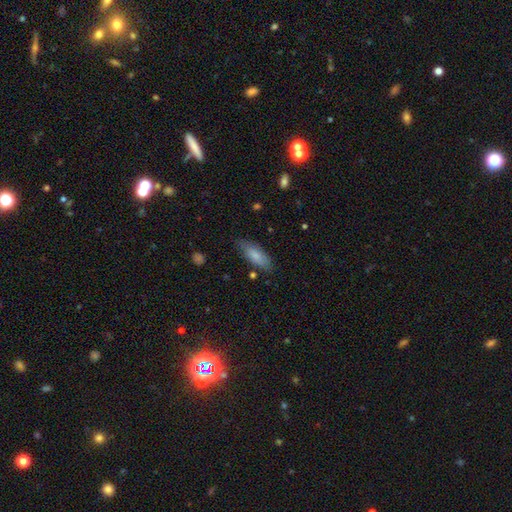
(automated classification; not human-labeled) Smooth or featured? smooth (82%)
How rounded? in between (68%)
Merging? none (78%)